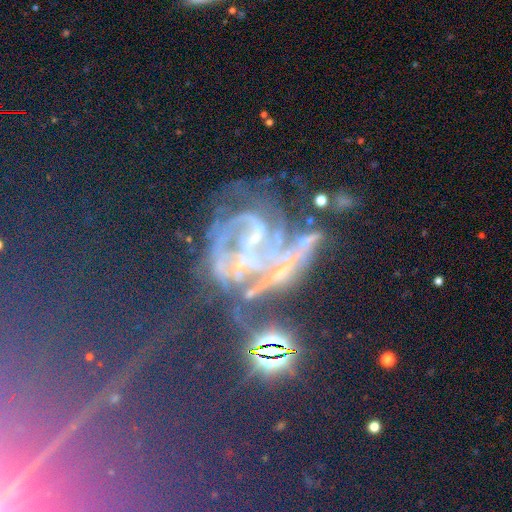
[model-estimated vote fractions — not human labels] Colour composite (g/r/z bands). It shows a featured or disk galaxy (49%). Merging: none (33%).